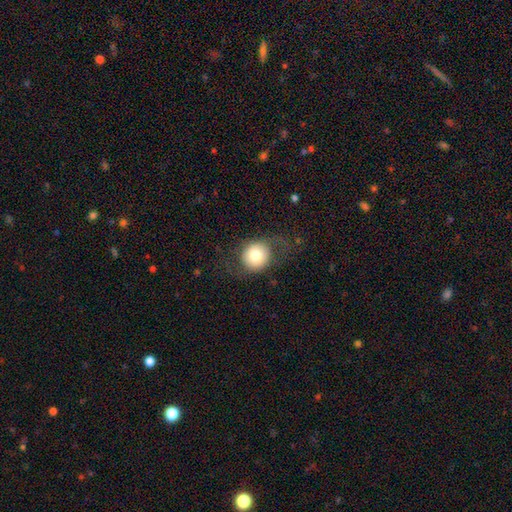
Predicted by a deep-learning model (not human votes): smooth_or_featured: smooth (p=0.69) [alt: featured or disk p=0.23]
how_rounded: round (p=0.87) [alt: in between p=0.12]
merging: none (p=0.69) [alt: minor disturbance p=0.15]